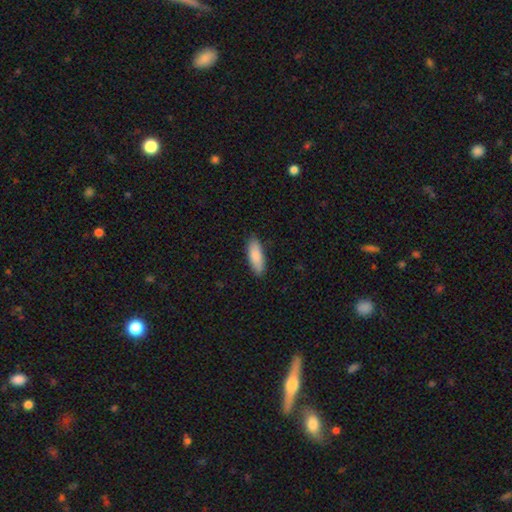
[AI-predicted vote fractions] Smooth or featured: smooth — 87% (featured or disk — 8%)
How rounded: in between — 62% (cigar-shaped — 37%)
Merging: none — 87% (minor disturbance — 10%)